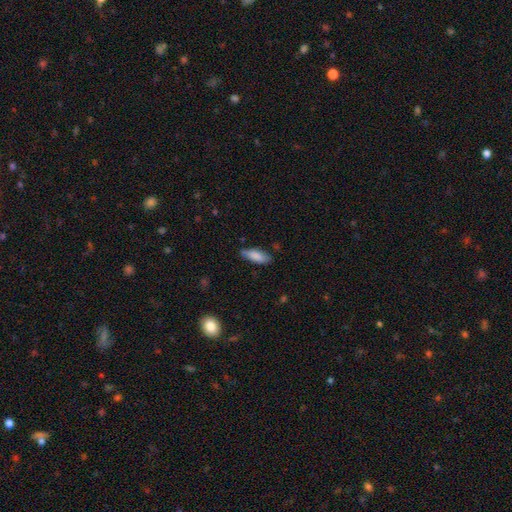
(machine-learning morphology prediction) type=smooth (84%); roundness=in between (71%); merging=none (77%).